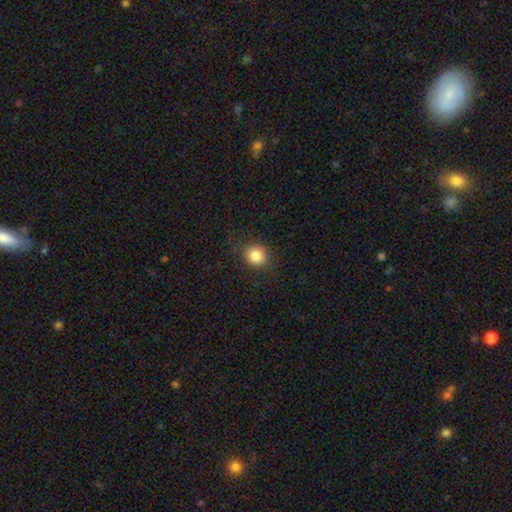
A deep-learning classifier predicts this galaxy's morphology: A smooth galaxy with no disk features (85%) that is round (82%).

Vote fractions:
- Smooth or featured? smooth: 85% / star or artifact: 10% / featured or disk: 5%
- How rounded? round: 82% / in between: 17% / cigar-shaped: 1%
- Merging? none: 87% / minor disturbance: 9% / major disturbance: 3% / merger: 1%